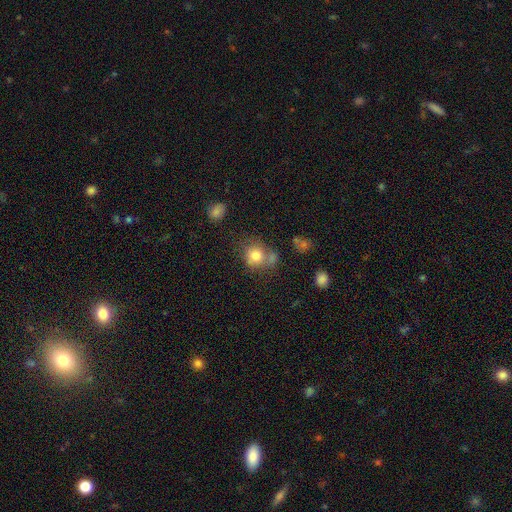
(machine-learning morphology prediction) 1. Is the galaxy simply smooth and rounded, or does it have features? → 80% smooth, 10% star or artifact, 10% featured or disk.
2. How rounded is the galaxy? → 77% round, 22% in between, 1% cigar-shaped.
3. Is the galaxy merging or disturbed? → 52% none, 22% merger, 18% minor disturbance, 8% major disturbance.